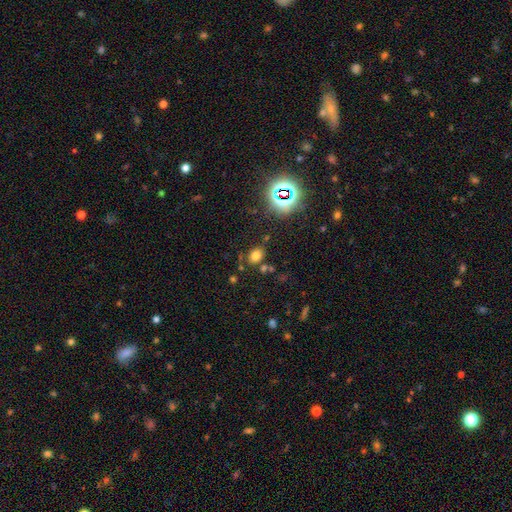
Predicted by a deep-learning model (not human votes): Q: Smooth or featured?
A: smooth (68%); runner-up: star or artifact (23%)
Q: How rounded?
A: in between (64%); runner-up: round (35%)
Q: Merging?
A: none (75%); runner-up: minor disturbance (12%)